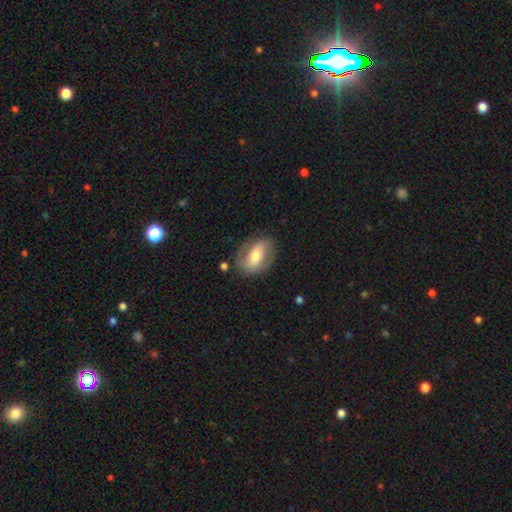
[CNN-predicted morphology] A featured or disk galaxy (56%) with a strong bar (40%), spiral arms (66%) and a moderate central bulge (65%).

Vote fractions:
- Smooth or featured? featured or disk: 56% / smooth: 37% / star or artifact: 6%
- Edge-on disk? no: 93% / yes: 7%
- Bar? strong: 40% / weak: 35% / no: 25%
- Spiral arms? yes: 66% / no: 34%
- Bulge size? moderate: 65% / small: 18% / large: 14% / dominant: 2% / none: 1%
- Merging? none: 78% / minor disturbance: 14% / major disturbance: 6% / merger: 2%